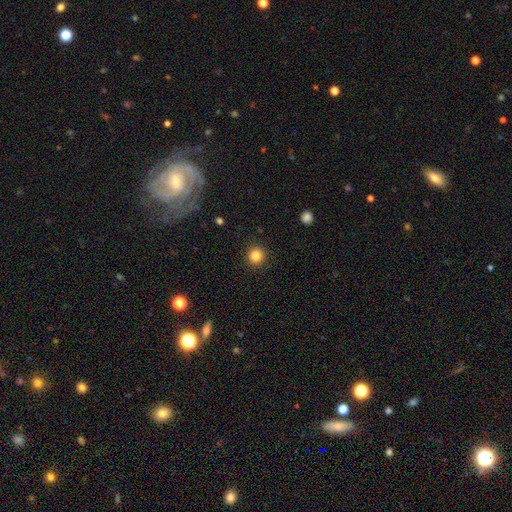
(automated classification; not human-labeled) Q: Smooth or featured?
A: smooth (85%); runner-up: star or artifact (11%)
Q: How rounded?
A: round (93%); runner-up: in between (6%)
Q: Merging?
A: none (91%); runner-up: minor disturbance (6%)